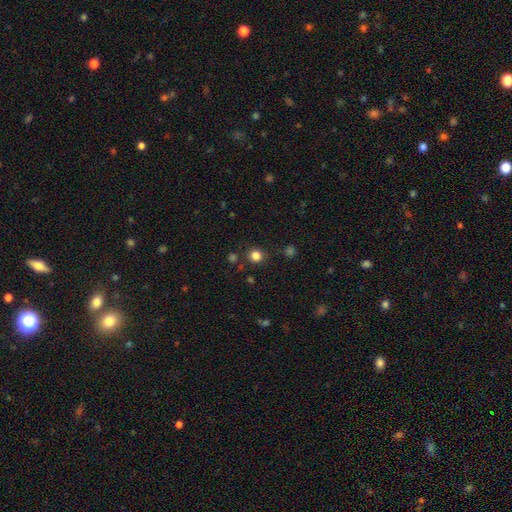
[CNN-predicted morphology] Overall: smooth (81%). How rounded: round (90%). Merging: none (85%).